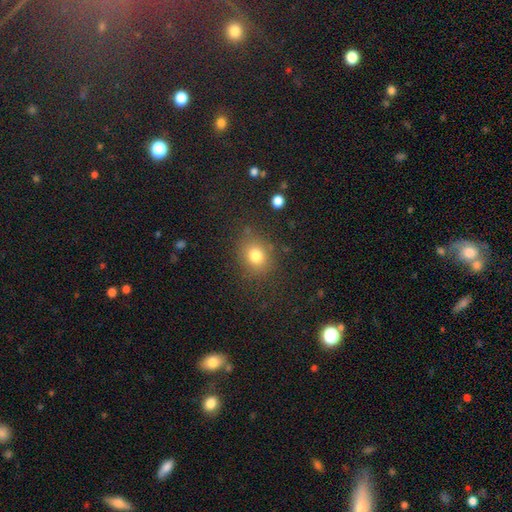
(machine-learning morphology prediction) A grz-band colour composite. It shows a smooth galaxy with no disk features (78%) that is round (65%). Merging: none (78%).